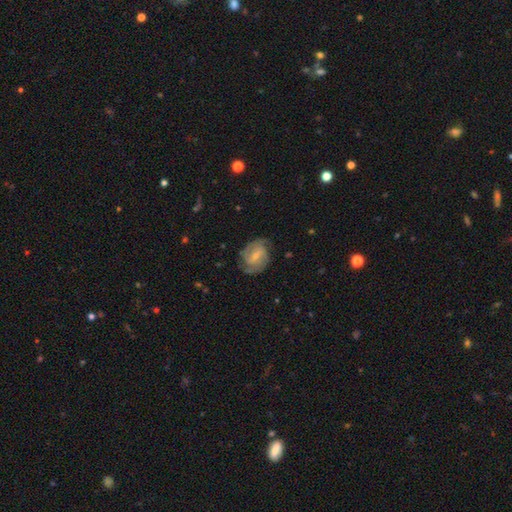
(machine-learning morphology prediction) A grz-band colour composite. It shows a featured or disk galaxy (81%) with a weak bar (55%), 2 (59%) medium (45%) spiral arms (95%) and a small central bulge (64%). Merging: none (74%).